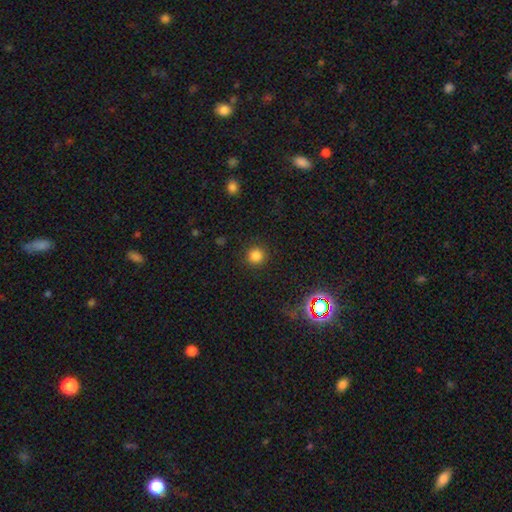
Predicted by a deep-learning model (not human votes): Overall: smooth (82%). How rounded: round (94%). Merging: none (90%).